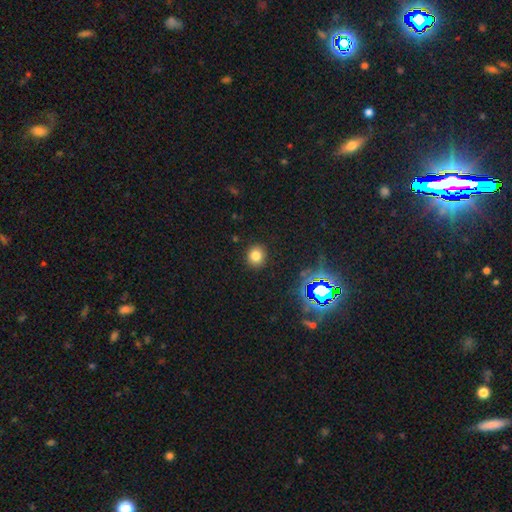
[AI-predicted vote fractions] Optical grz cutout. It shows a smooth galaxy with no disk features (77%) that is round (85%). Merging: none (91%).